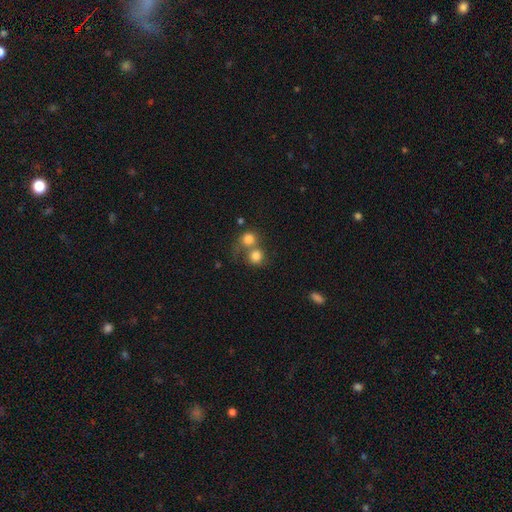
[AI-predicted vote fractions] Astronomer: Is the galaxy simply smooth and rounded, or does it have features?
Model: smooth — 80%.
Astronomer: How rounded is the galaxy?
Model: round — 85%.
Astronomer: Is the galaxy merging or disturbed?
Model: merger — 48% (runner-up: none, 41%).